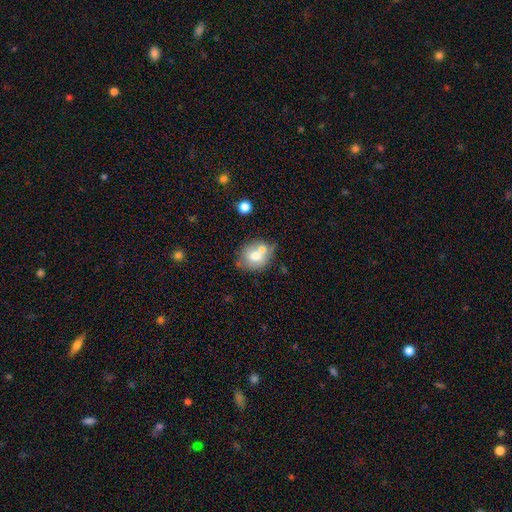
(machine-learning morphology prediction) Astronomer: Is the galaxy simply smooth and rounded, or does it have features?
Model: smooth — 67%.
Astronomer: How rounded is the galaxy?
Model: round — 59% (runner-up: in between, 40%).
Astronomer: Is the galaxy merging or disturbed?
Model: none — 42% (runner-up: merger, 39%).